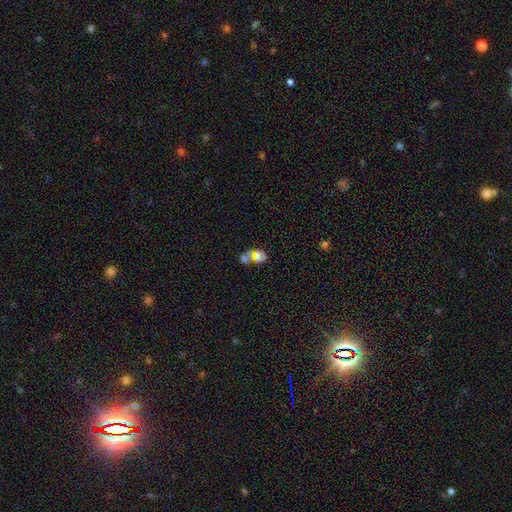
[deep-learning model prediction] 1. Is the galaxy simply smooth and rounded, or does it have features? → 51% smooth, 28% star or artifact, 20% featured or disk.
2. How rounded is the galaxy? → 58% in between, 40% round, 2% cigar-shaped.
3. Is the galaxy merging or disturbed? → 51% none, 30% merger, 12% minor disturbance, 7% major disturbance.